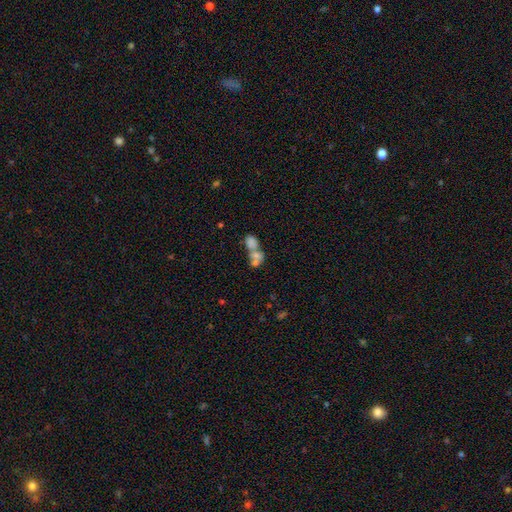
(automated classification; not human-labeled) Smooth or featured? Predicted: smooth (p=0.64). How rounded? Predicted: in between (p=0.64). Merging? Predicted: merger (p=0.72).